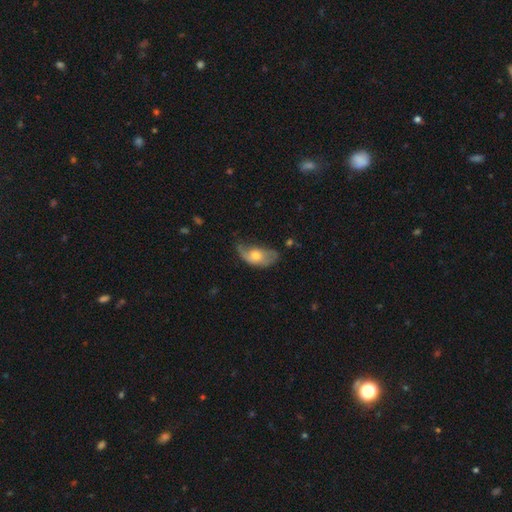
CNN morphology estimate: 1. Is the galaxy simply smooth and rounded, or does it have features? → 48% smooth, 46% featured or disk, 6% star or artifact.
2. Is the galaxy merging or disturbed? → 36% minor disturbance, 34% none, 27% major disturbance, 3% merger.